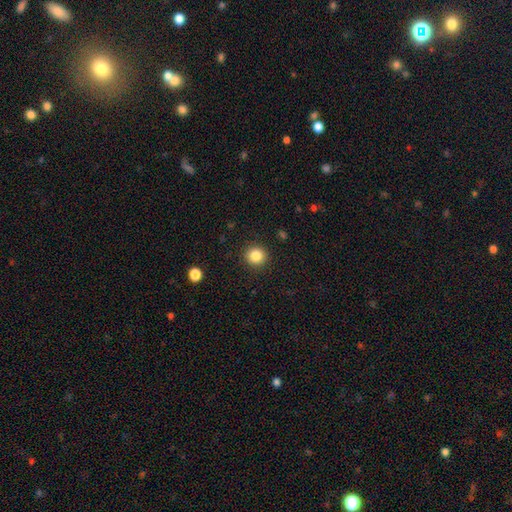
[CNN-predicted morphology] Smooth or featured? smooth (85%)
How rounded? round (92%)
Merging? none (91%)